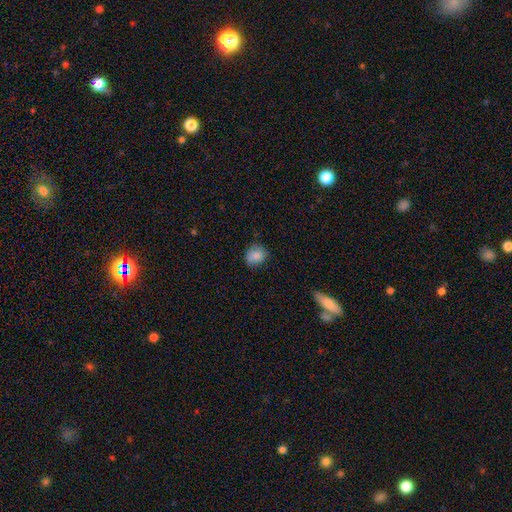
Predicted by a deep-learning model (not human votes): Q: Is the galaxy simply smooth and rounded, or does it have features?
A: smooth — 86%.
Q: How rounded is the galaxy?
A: round — 66%.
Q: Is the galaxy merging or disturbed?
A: none — 74%.